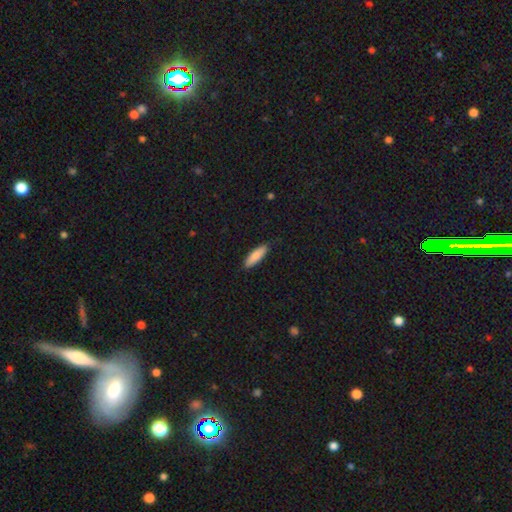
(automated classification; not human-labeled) This appears to be a smooth galaxy with no disk features (86%) that is cigar-shaped (57%). Merging: none (86%).